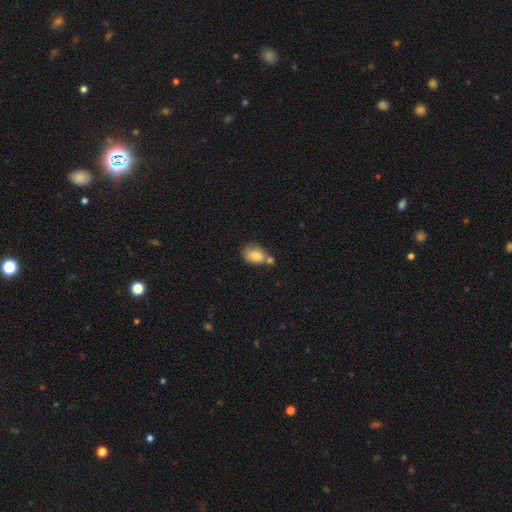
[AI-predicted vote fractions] smooth 79%, featured or disk 13%, star or artifact 8%. Down the decision tree: how rounded — in between (76%); merging — none (43%).